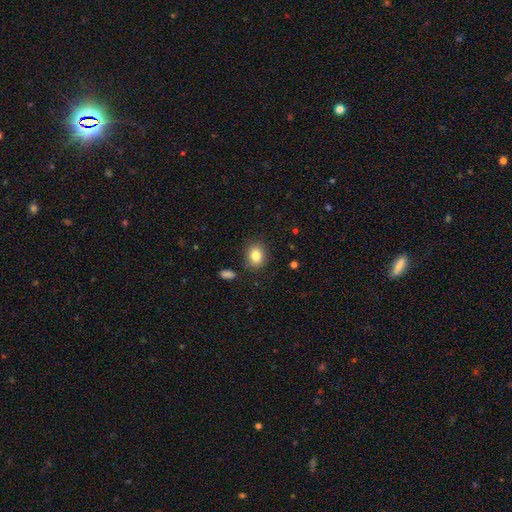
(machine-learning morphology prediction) Smooth or featured?
  - smooth: 83% *
  - star or artifact: 9%
  - featured or disk: 7%
How rounded?
  - in between: 52% *
  - round: 47%
  - cigar-shaped: 1%
Merging?
  - none: 85% *
  - minor disturbance: 10%
  - major disturbance: 3%
  - merger: 3%